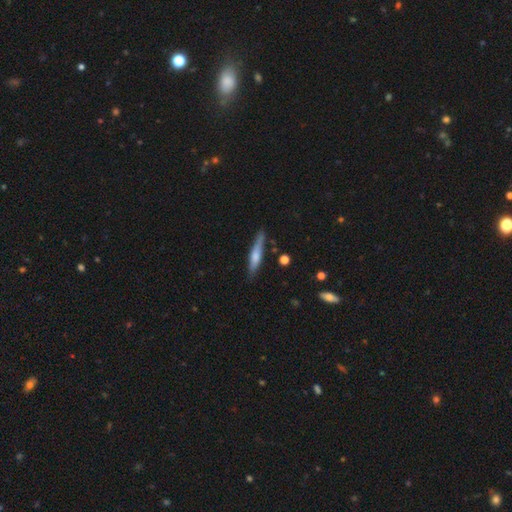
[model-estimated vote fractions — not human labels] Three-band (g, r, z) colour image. It shows a smooth galaxy with no disk features (55%) that is cigar-shaped (88%). Merging: none (82%).